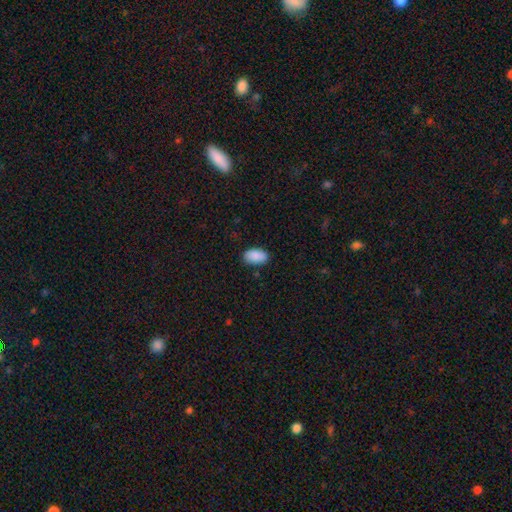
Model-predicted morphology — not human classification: smooth 89%, star or artifact 7%, featured or disk 4%. Down the decision tree: how rounded — in between (93%); merging — none (82%).